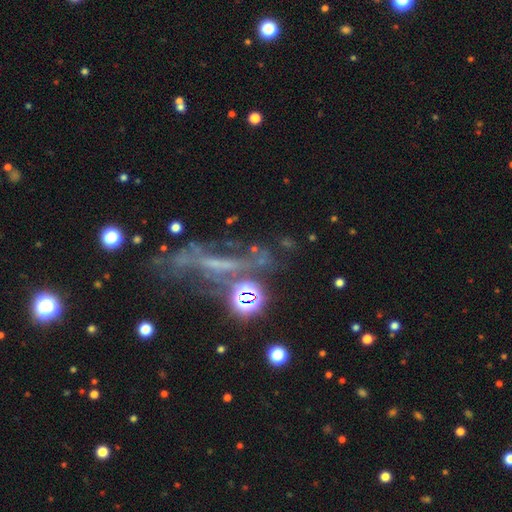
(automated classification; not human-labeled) This is possibly a featured or disk galaxy (50%). Merging: marginally none (43%).